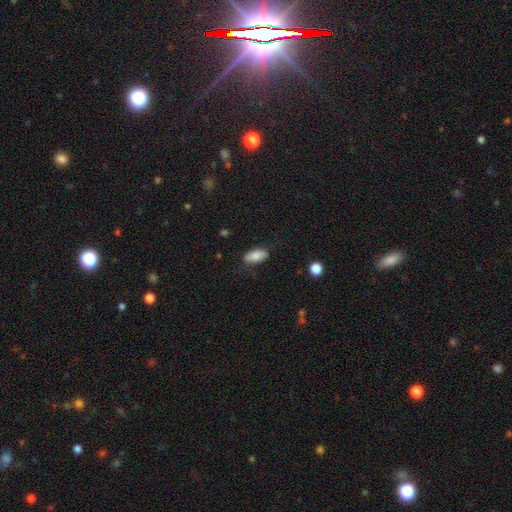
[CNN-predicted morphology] type=smooth (81%); roundness=in between (88%); merging=none (78%).